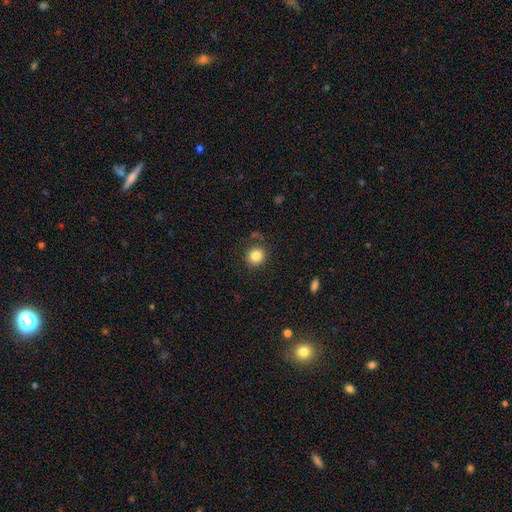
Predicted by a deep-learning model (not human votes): Q: Smooth or featured?
A: smooth (84%); runner-up: star or artifact (10%)
Q: How rounded?
A: round (85%); runner-up: in between (14%)
Q: Merging?
A: none (83%); runner-up: minor disturbance (11%)